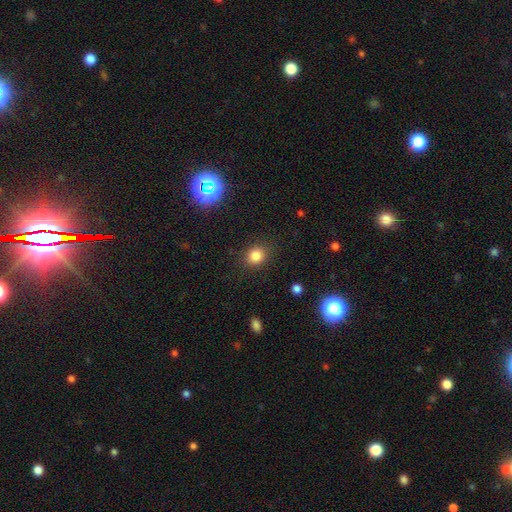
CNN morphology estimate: Smooth or featured: smooth — 82% (star or artifact — 13%)
How rounded: round — 74% (in between — 25%)
Merging: none — 86% (minor disturbance — 9%)